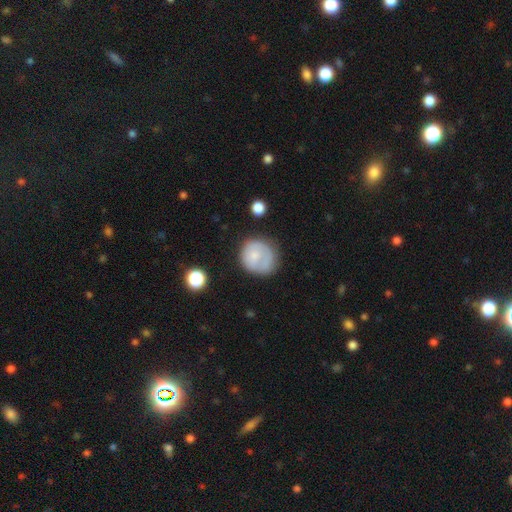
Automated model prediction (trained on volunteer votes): A smooth galaxy with no disk features (67%) that is round (85%).

Vote fractions:
- Smooth or featured? smooth: 67% / featured or disk: 25% / star or artifact: 8%
- How rounded? round: 85% / in between: 14% / cigar-shaped: 1%
- Merging? none: 60% / minor disturbance: 24% / major disturbance: 13% / merger: 4%